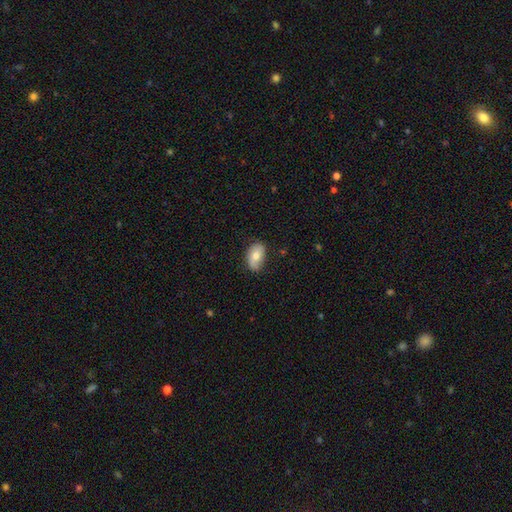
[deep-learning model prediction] Q: Smooth or featured?
A: smooth (71%); runner-up: featured or disk (23%)
Q: How rounded?
A: in between (91%); runner-up: round (7%)
Q: Merging?
A: none (69%); runner-up: minor disturbance (25%)